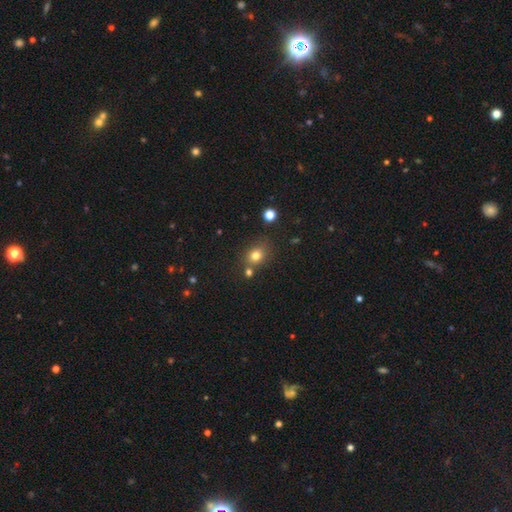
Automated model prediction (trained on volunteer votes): A smooth galaxy with no disk features (77%) that is round (62%). Merging: none (68%).